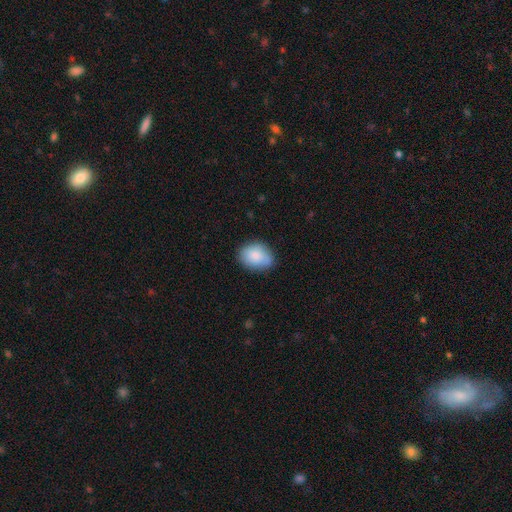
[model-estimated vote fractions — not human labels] smooth_or_featured: smooth (p=0.85) [alt: featured or disk p=0.09]
how_rounded: in between (p=0.71) [alt: round p=0.28]
merging: none (p=0.77) [alt: minor disturbance p=0.18]